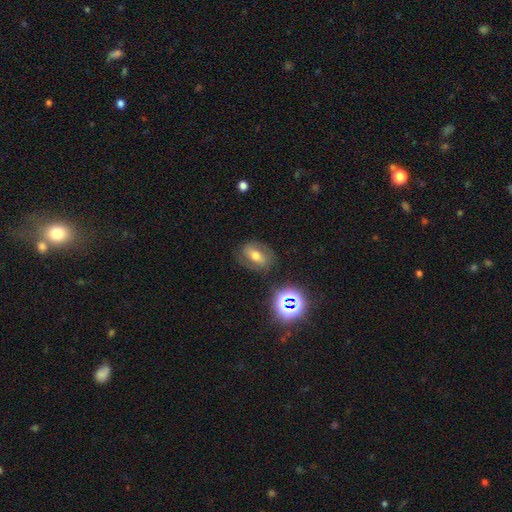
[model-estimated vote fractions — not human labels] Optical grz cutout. It shows a featured or disk galaxy (47%). Merging: none (75%).